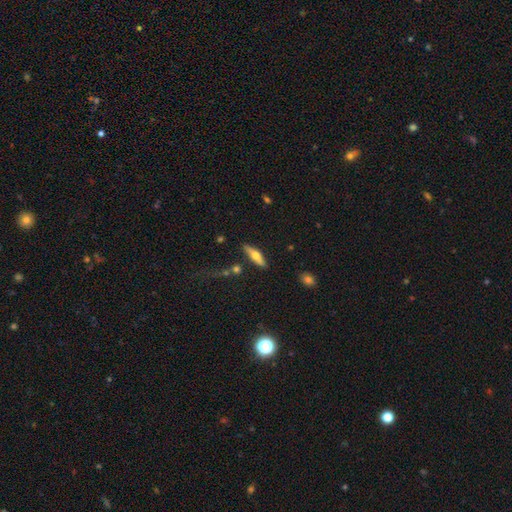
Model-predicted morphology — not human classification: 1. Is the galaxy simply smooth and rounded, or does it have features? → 51% featured or disk, 43% smooth, 6% star or artifact.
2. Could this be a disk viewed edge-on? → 90% yes, 10% no.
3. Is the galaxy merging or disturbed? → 84% none, 10% minor disturbance, 4% merger, 3% major disturbance.